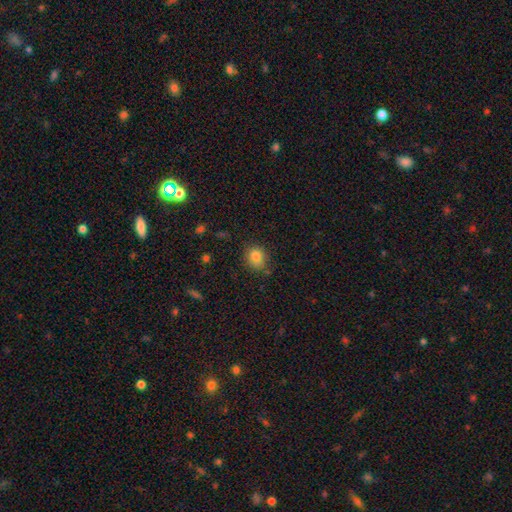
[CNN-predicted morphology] A smooth galaxy with no disk features (83%) that is round (72%).

Vote fractions:
- Smooth or featured? smooth: 83% / star or artifact: 11% / featured or disk: 6%
- How rounded? round: 72% / in between: 27% / cigar-shaped: 1%
- Merging? none: 77% / minor disturbance: 17% / major disturbance: 4% / merger: 3%